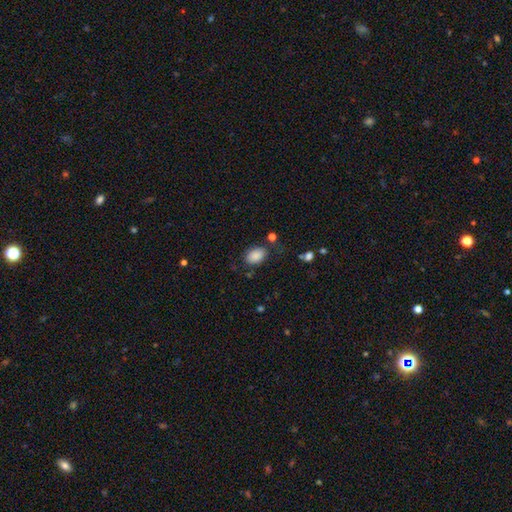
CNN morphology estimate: Smooth or featured?
  - smooth: 88% *
  - star or artifact: 8%
  - featured or disk: 4%
How rounded?
  - in between: 82% *
  - round: 17%
  - cigar-shaped: 1%
Merging?
  - none: 76% *
  - minor disturbance: 15%
  - major disturbance: 5%
  - merger: 3%